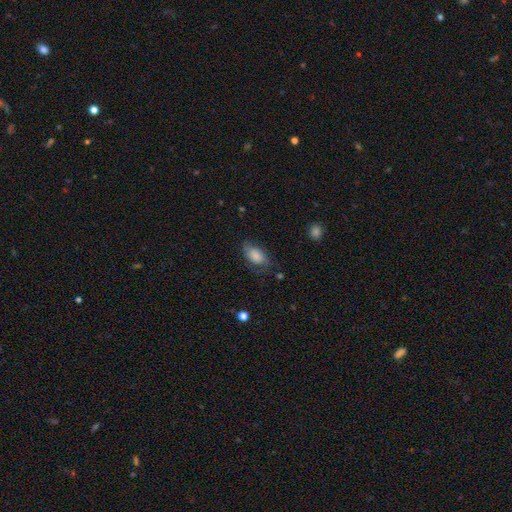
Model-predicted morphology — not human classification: The model was most divided on "merging": none: 59%, minor disturbance: 26%, major disturbance: 13%, merger: 2%. More confident: how rounded — in between (91%); smooth or featured — smooth (67%).